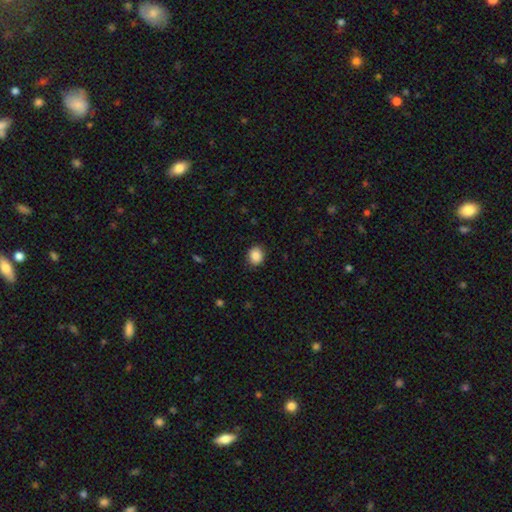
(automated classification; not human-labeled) A smooth galaxy with no disk features (88%) that is round (68%). Merging: none (88%).